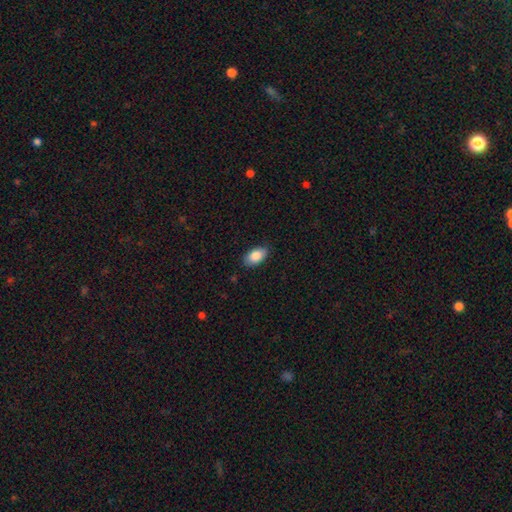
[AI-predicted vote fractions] smooth_or_featured: smooth (p=0.87) [alt: star or artifact p=0.07]
how_rounded: in between (p=0.93) [alt: round p=0.05]
merging: none (p=0.83) [alt: minor disturbance p=0.14]